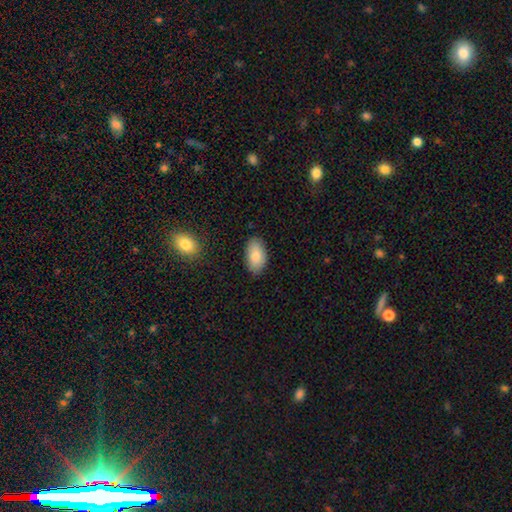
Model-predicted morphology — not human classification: Overall: smooth (84%). How rounded: in between (95%). Merging: none (85%).